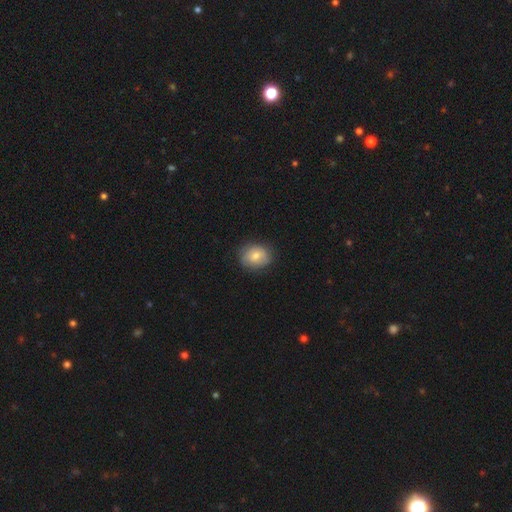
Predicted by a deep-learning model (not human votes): Q: Smooth or featured?
A: smooth (73%); runner-up: featured or disk (19%)
Q: How rounded?
A: round (54%); runner-up: in between (45%)
Q: Merging?
A: none (81%); runner-up: minor disturbance (15%)